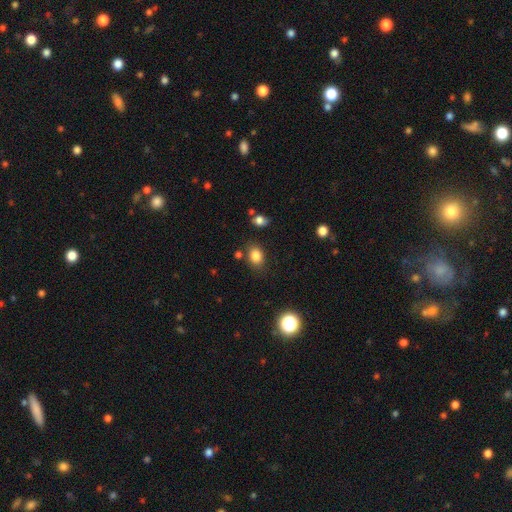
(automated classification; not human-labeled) This appears to be a smooth galaxy with no disk features (82%) that is in between round and cigar-shaped (65%). Merging: none (78%).